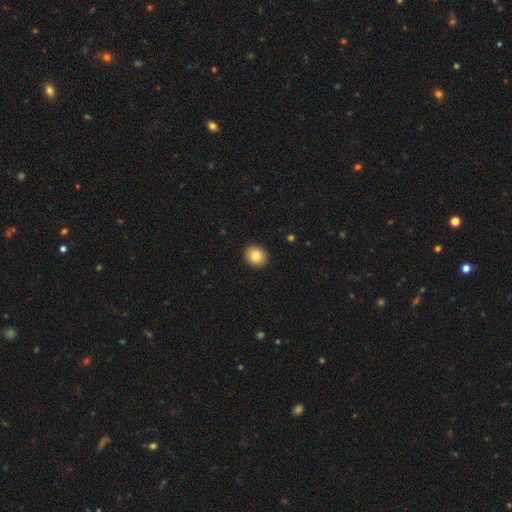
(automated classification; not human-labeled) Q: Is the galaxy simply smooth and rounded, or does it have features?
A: smooth — 82%.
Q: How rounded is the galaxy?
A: round — 70%.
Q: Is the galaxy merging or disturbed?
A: none — 92%.